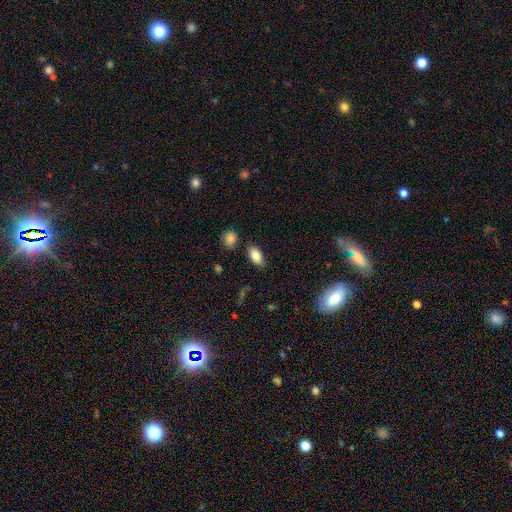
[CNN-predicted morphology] This appears to be a smooth galaxy with no disk features (84%) that is in between round and cigar-shaped (91%). Merging: none (85%).